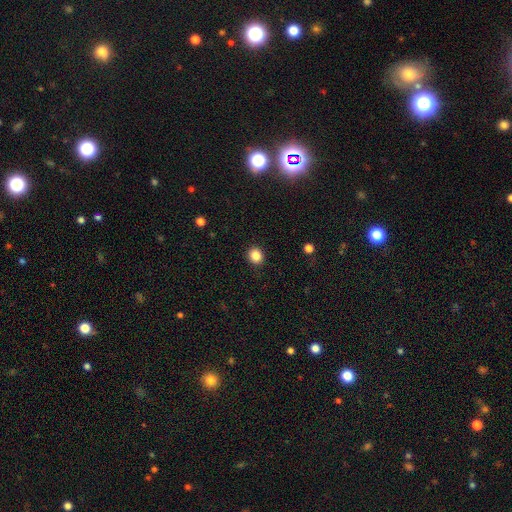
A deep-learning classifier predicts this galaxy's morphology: This is clearly a smooth galaxy (85%). How rounded: likely round (80%). Merging: clearly none (91%).